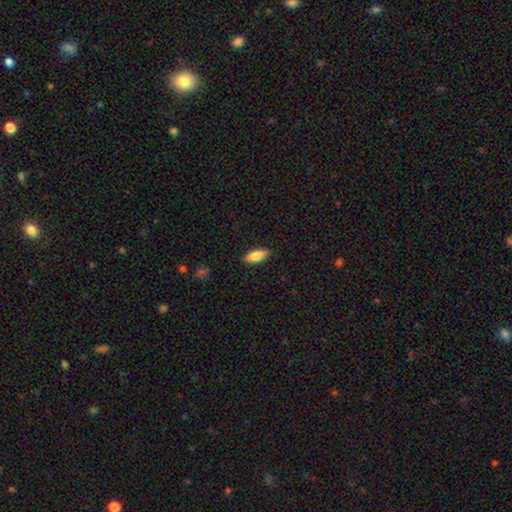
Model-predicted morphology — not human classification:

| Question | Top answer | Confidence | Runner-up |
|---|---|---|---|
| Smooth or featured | smooth | 74% | featured or disk (19%) |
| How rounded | in between | 73% | cigar-shaped (24%) |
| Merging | none | 87% | minor disturbance (10%) |